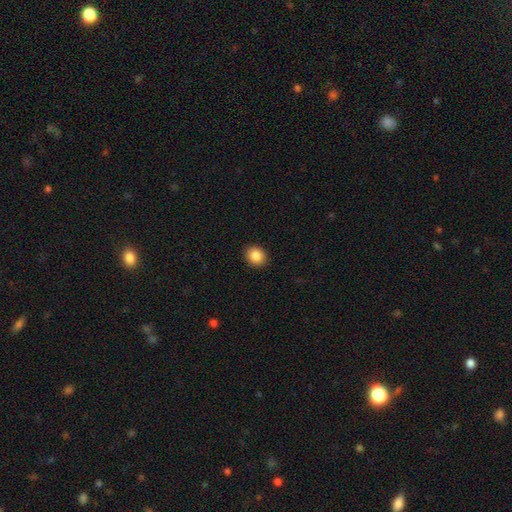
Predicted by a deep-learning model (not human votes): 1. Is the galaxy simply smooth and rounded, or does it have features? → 87% smooth, 9% star or artifact, 5% featured or disk.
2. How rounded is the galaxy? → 71% round, 28% in between, 1% cigar-shaped.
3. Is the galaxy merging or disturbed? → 92% none, 6% minor disturbance, 2% major disturbance, 1% merger.